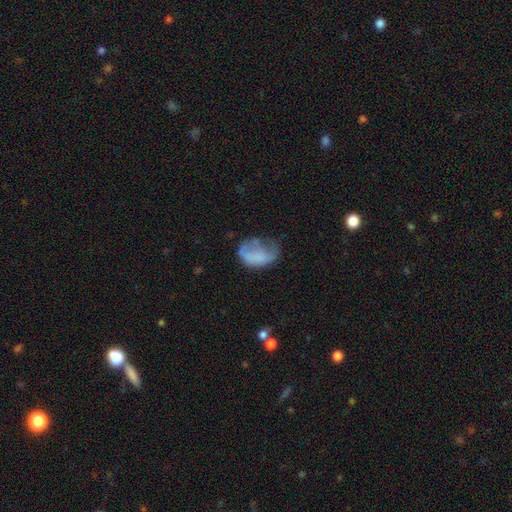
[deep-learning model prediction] This is possibly a smooth galaxy (58%). How rounded: clearly in between (81%). Merging: marginally major disturbance (44%).